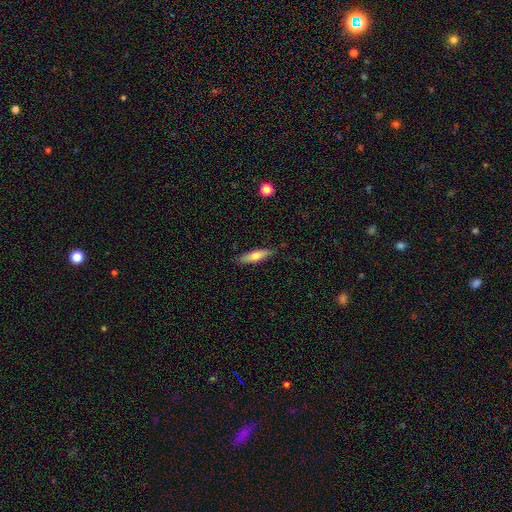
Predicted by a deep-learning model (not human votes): smooth_or_featured: smooth (p=0.66) [alt: featured or disk p=0.27]
how_rounded: cigar-shaped (p=0.64) [alt: in between p=0.34]
merging: none (p=0.84) [alt: minor disturbance p=0.12]